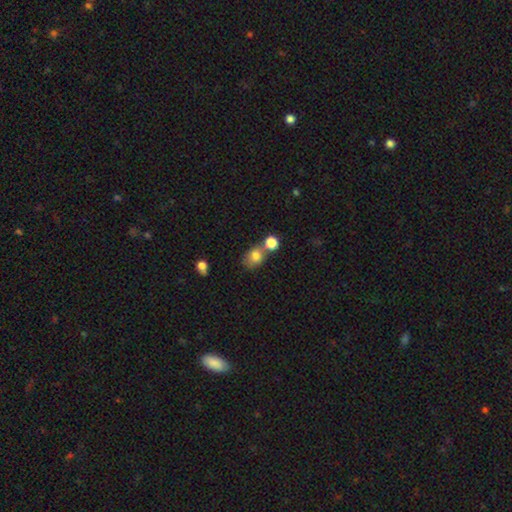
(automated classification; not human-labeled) smooth_or_featured: smooth (p=0.79) [alt: star or artifact p=0.11]
how_rounded: round (p=0.50) [alt: in between p=0.49]
merging: none (p=0.48) [alt: merger p=0.33]